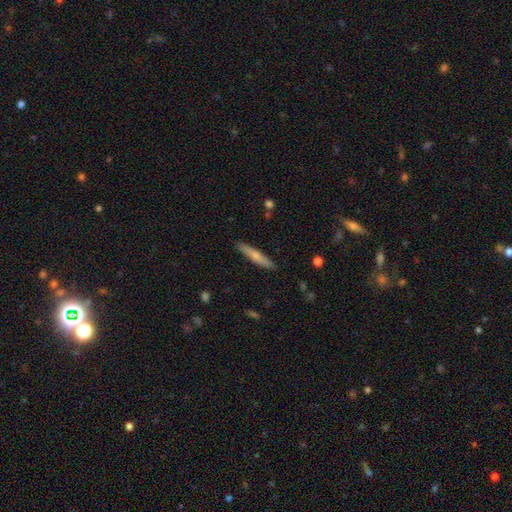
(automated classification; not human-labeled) Overall: smooth (60%; featured or disk 34%). How rounded: cigar-shaped (92%). Merging: none (89%).